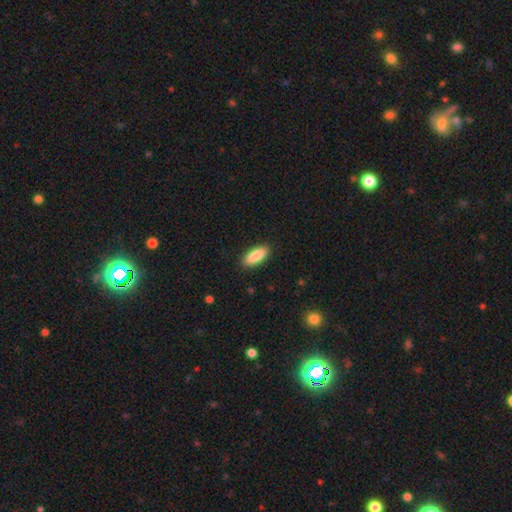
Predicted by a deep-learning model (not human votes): smooth 88%, featured or disk 6%, star or artifact 6%. Down the decision tree: how rounded — in between (76%); merging — none (89%).